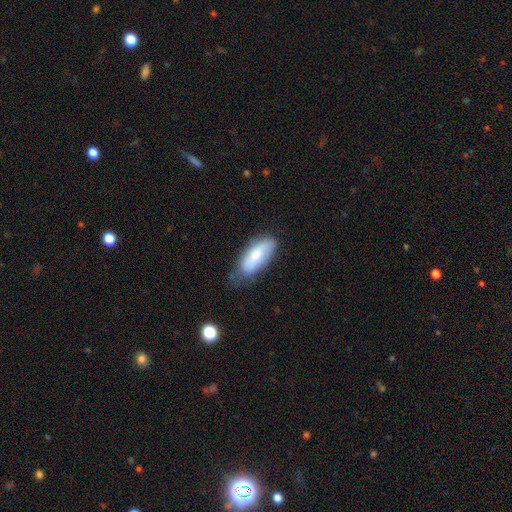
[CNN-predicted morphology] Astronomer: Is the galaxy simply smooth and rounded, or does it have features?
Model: smooth — 69%.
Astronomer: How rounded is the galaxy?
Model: in between — 83%.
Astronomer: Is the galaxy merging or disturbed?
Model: none — 55% (runner-up: minor disturbance, 33%).